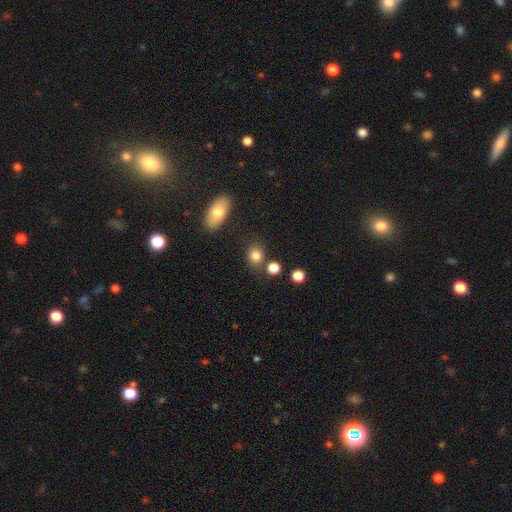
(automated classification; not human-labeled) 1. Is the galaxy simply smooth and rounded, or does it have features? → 83% smooth, 11% star or artifact, 6% featured or disk.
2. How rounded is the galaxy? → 60% round, 38% in between, 2% cigar-shaped.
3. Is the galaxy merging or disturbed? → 74% none, 12% minor disturbance, 11% merger, 4% major disturbance.